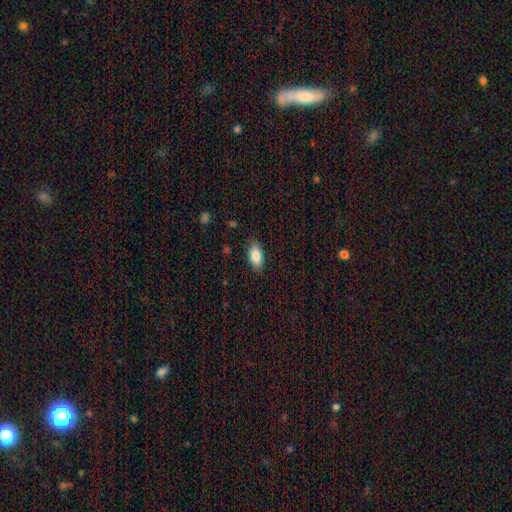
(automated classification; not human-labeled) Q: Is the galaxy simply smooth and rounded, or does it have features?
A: smooth — 85%.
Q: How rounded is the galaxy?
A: in between — 90%.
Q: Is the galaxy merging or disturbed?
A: none — 84%.